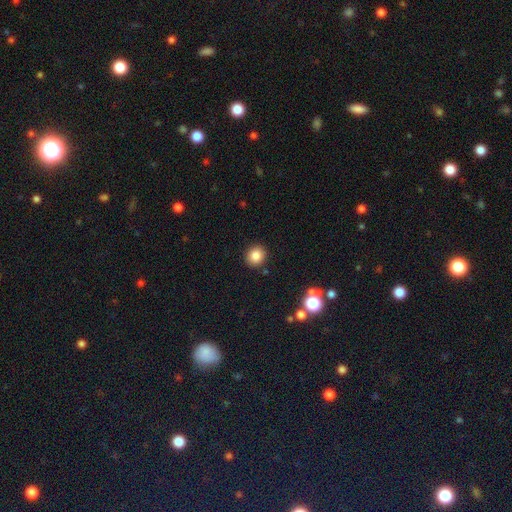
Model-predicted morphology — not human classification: This is clearly a smooth galaxy (83%). How rounded: clearly round (84%). Merging: clearly none (90%).